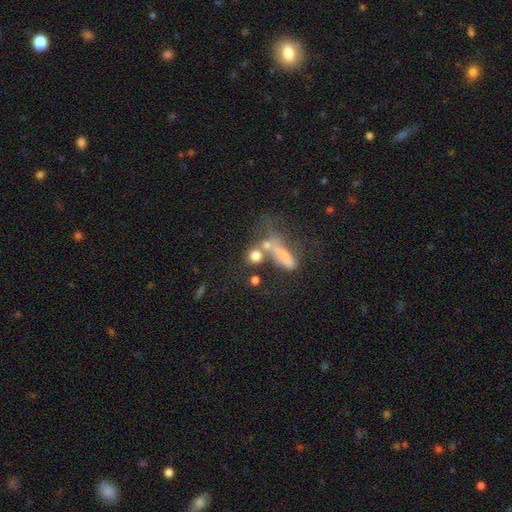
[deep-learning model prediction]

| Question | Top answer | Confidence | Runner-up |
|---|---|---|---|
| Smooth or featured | smooth | 70% | featured or disk (16%) |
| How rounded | round | 68% | in between (21%) |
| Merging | none | 40% | merger (37%) |